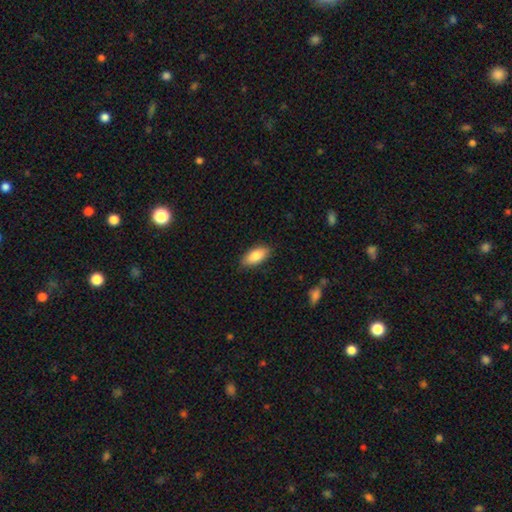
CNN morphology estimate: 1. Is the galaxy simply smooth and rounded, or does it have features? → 86% smooth, 8% featured or disk, 6% star or artifact.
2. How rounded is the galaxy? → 89% in between, 9% cigar-shaped, 2% round.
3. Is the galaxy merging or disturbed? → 86% none, 11% minor disturbance, 2% major disturbance, 1% merger.